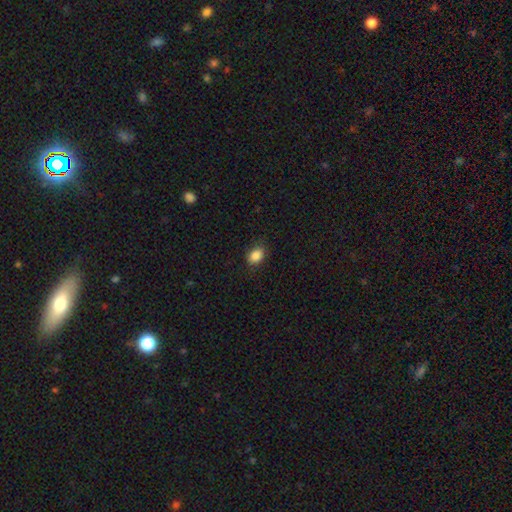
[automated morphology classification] Overall: smooth (86%). How rounded: in between (67%; round 32%). Merging: none (82%).